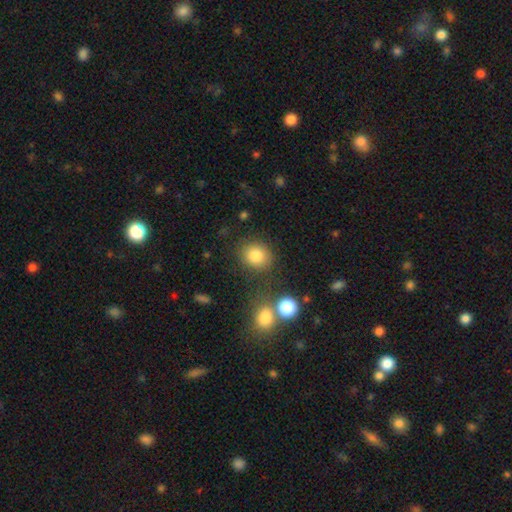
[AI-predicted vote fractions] smooth 84%, star or artifact 10%, featured or disk 7%. Down the decision tree: how rounded — round (70%); merging — none (77%).